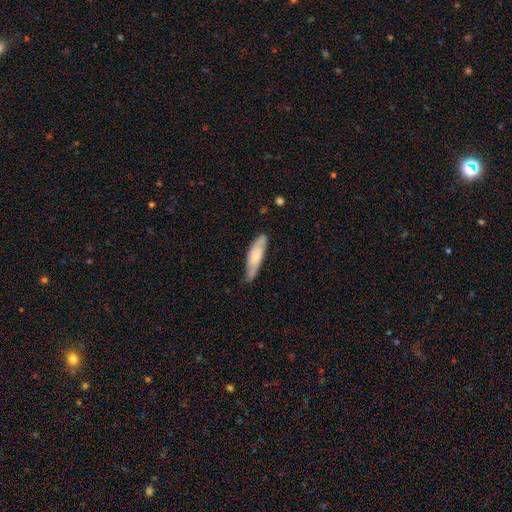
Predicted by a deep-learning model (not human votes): Smooth or featured? smooth (54%)
How rounded? cigar-shaped (63%)
Merging? none (71%)